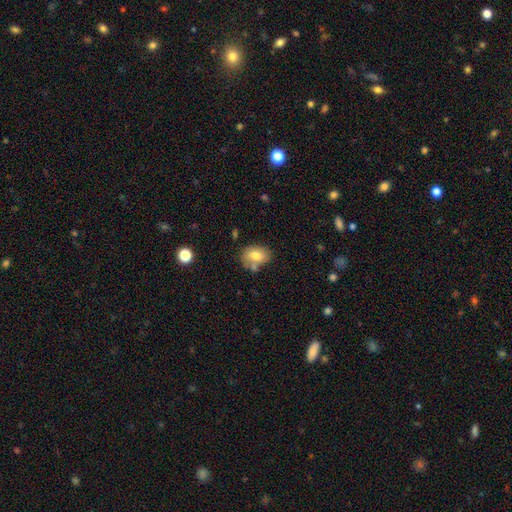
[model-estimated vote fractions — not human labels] This appears to be a smooth galaxy with no disk features (76%) that is in between round and cigar-shaped (73%). Merging: none (60%).